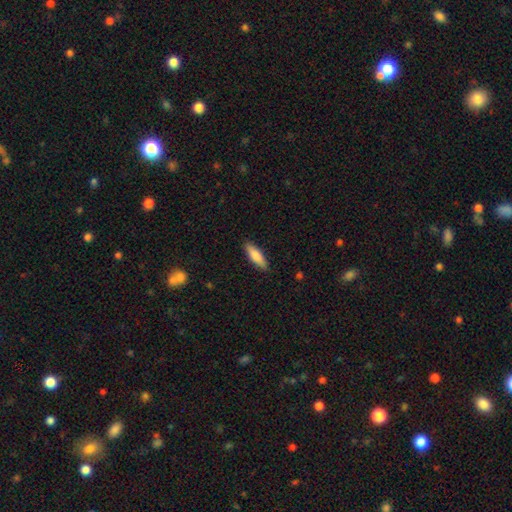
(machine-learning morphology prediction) Overall: smooth (79%). How rounded: cigar-shaped (52%; in between 47%). Merging: none (89%).